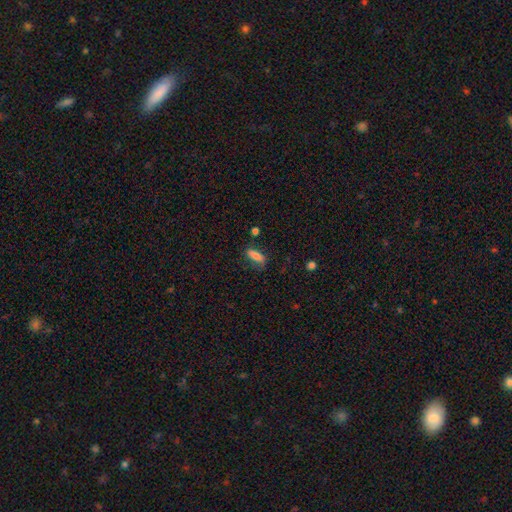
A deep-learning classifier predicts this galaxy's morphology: smooth_or_featured: smooth (p=0.80) [alt: featured or disk p=0.11]
how_rounded: in between (p=0.69) [alt: cigar-shaped p=0.28]
merging: none (p=0.65) [alt: minor disturbance p=0.24]